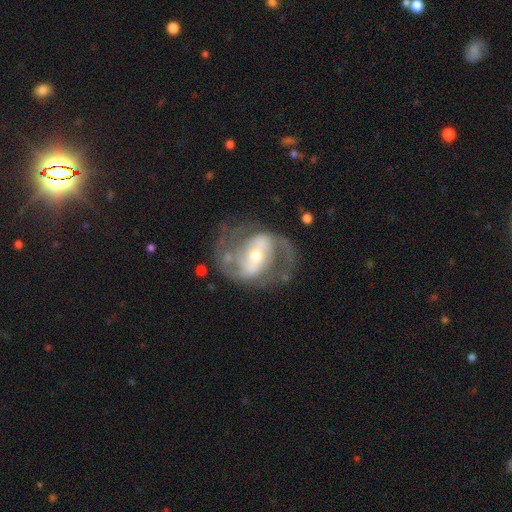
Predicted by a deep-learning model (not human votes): This appears to be a featured or disk galaxy (89%) with a strong bar (51%), 2 (91%) medium (56%) spiral arms (94%) and a moderate central bulge (51%). Merging: none (71%).